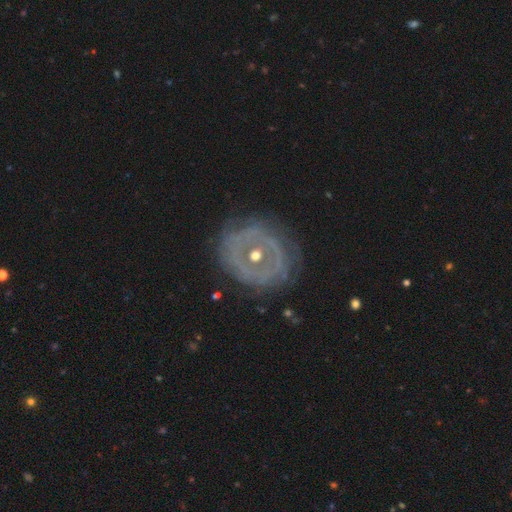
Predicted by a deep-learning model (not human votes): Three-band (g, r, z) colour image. It shows a featured or disk galaxy (76%) with no bar (72%), spiral arms (52%) and a moderate central bulge (65%). Merging: none (70%).